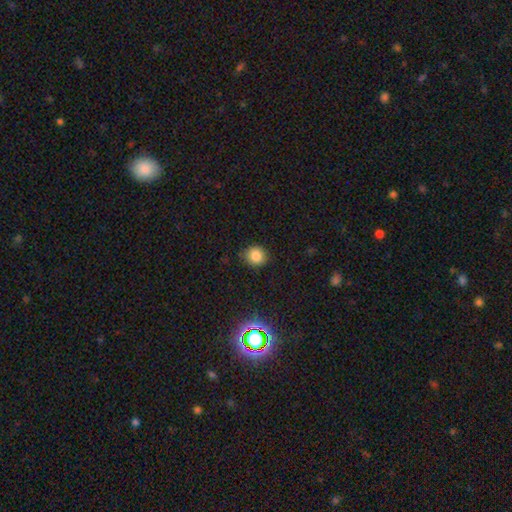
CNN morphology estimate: smooth-or-featured: smooth: 83% | star or artifact: 12% | featured or disk: 5%
  how-rounded: round: 81% | in between: 18% | cigar-shaped: 1%
  merging: none: 84% | minor disturbance: 12% | major disturbance: 3% | merger: 1%